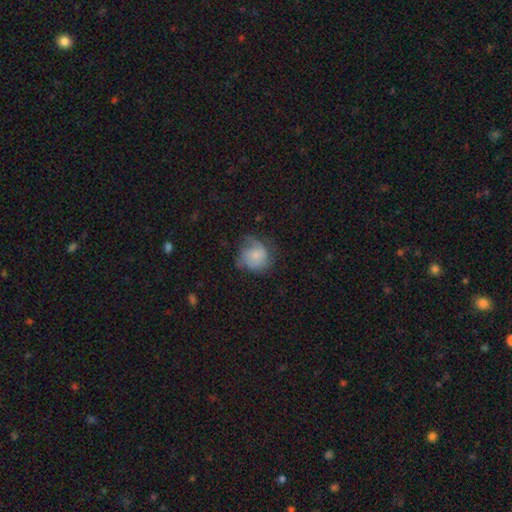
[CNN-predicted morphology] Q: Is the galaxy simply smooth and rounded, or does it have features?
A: smooth — 53%.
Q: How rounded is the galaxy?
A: round — 74%.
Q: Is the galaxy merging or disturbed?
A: none — 51%.